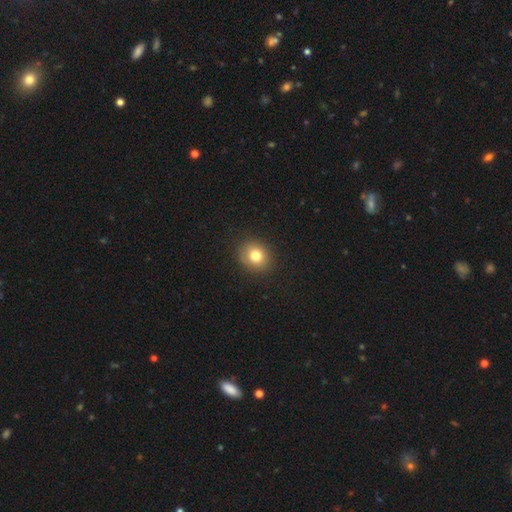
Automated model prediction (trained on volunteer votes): The model was most divided on "how rounded": round: 75%, in between: 24%, cigar-shaped: 1%. More confident: merging — none (89%); smooth or featured — smooth (78%).